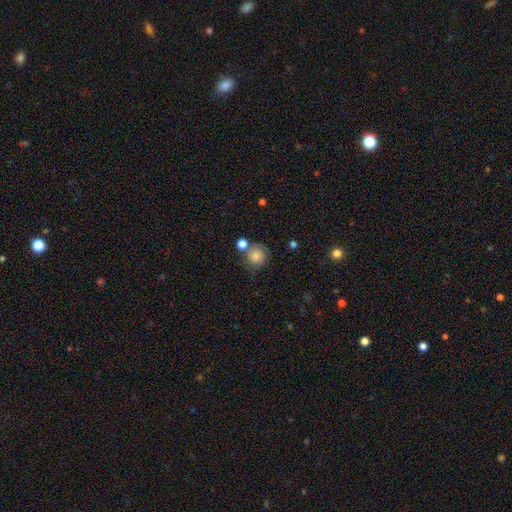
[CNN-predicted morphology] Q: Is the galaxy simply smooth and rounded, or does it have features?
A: smooth — 68%.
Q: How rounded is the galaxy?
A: round — 89%.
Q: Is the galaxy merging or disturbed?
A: none — 56%.